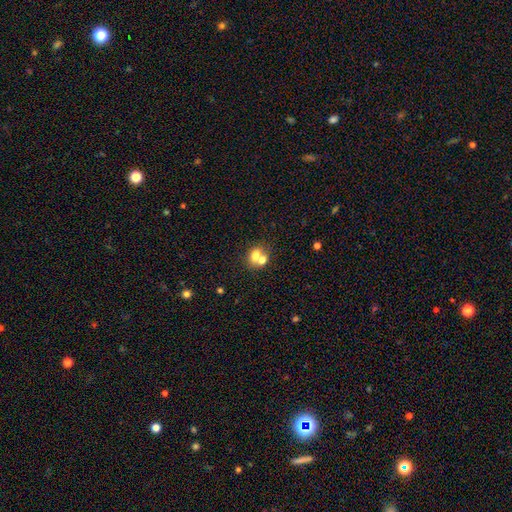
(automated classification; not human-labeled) Q: Smooth or featured?
A: smooth (69%); runner-up: featured or disk (18%)
Q: How rounded?
A: round (60%); runner-up: in between (39%)
Q: Merging?
A: merger (55%); runner-up: none (35%)